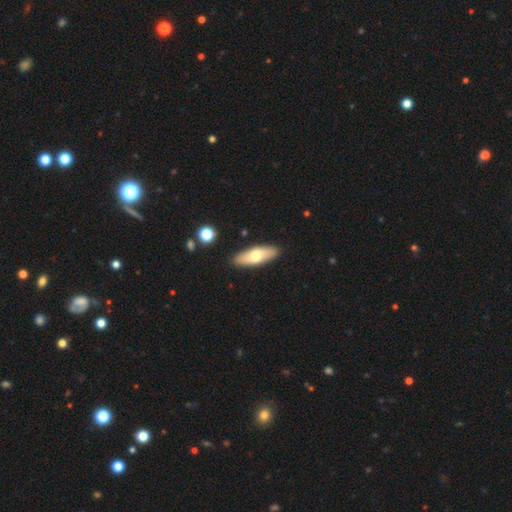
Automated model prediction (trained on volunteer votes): smooth 65%, featured or disk 29%, star or artifact 6%. Down the decision tree: how rounded — in between (64%); merging — none (89%).